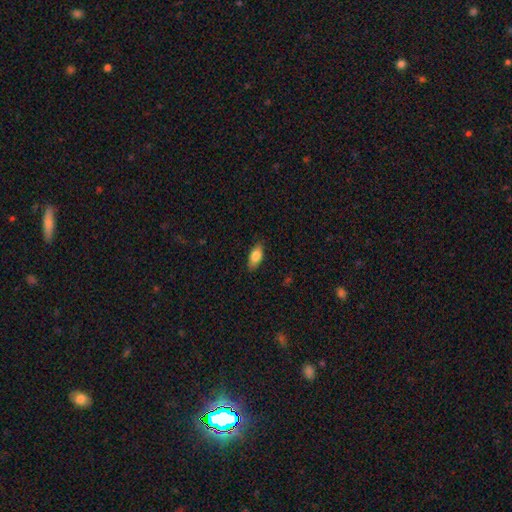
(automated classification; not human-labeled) Overall: smooth (80%). How rounded: in between (85%). Merging: none (86%).